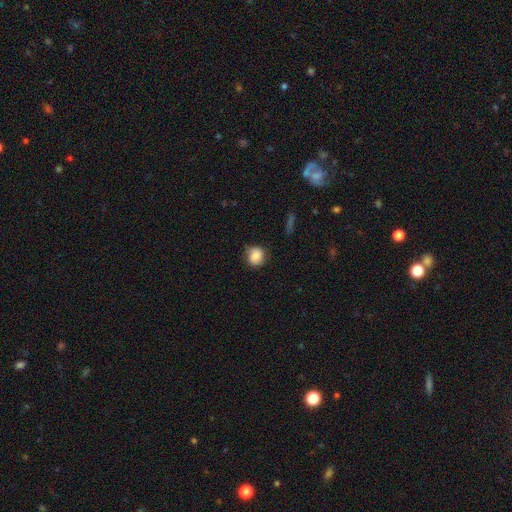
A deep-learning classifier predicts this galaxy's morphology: smooth 81%, featured or disk 11%, star or artifact 8%. Down the decision tree: how rounded — round (79%); merging — none (72%).